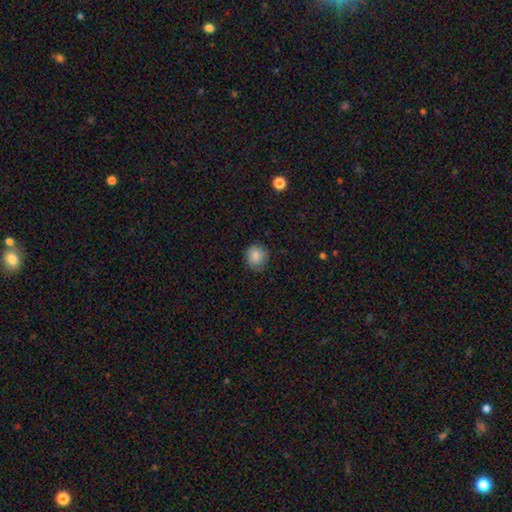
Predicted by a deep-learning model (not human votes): Smooth or featured? smooth (86%)
How rounded? round (89%)
Merging? none (83%)